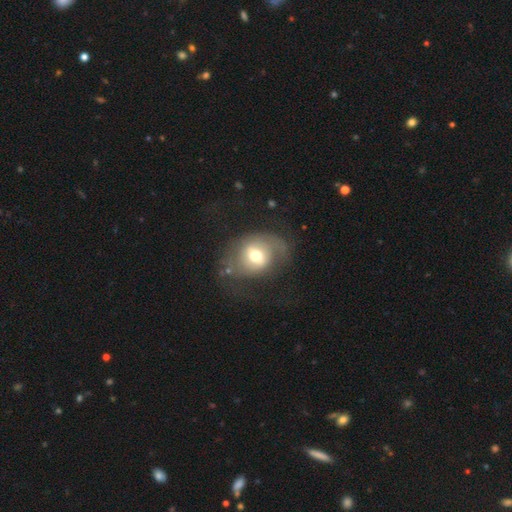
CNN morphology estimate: Smooth or featured? Predicted: featured or disk (p=0.52). Edge-on disk? Predicted: no (p=0.95). Merging? Predicted: none (p=0.51).